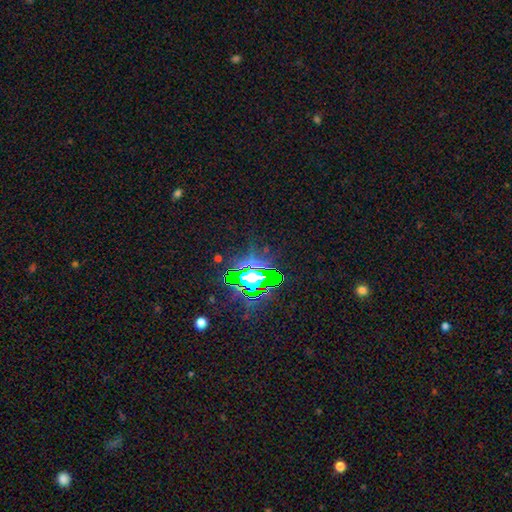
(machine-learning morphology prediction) Overall: star or artifact (83%).